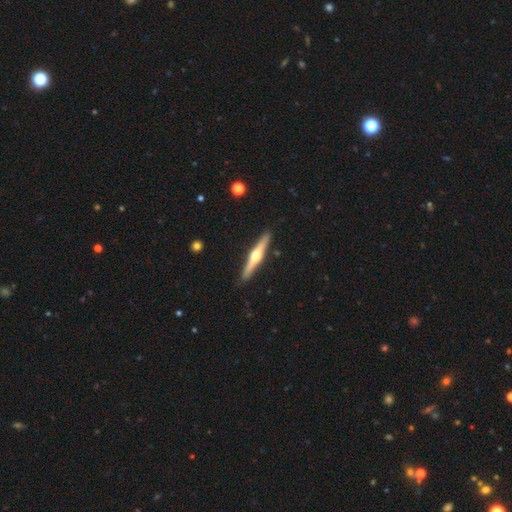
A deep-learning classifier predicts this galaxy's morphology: type=featured or disk (72%); edge-on=yes (98%); edge-on bulge=rounded (93%); merging=none (91%).